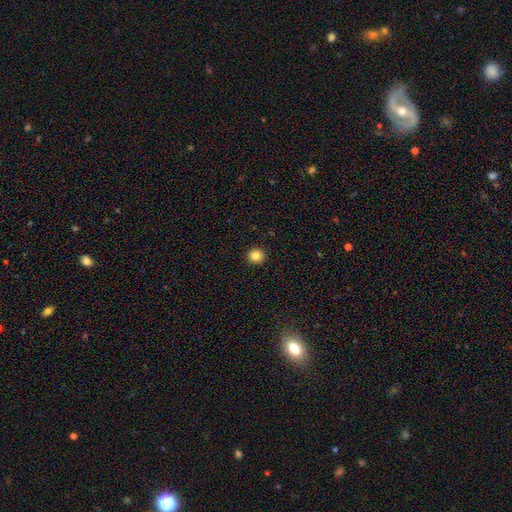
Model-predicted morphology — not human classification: Q: Smooth or featured?
A: smooth (83%); runner-up: star or artifact (12%)
Q: How rounded?
A: round (93%); runner-up: in between (6%)
Q: Merging?
A: none (93%); runner-up: minor disturbance (4%)